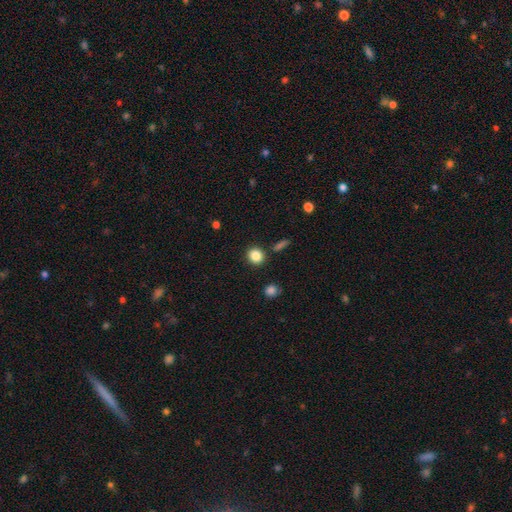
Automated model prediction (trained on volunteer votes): Smooth or featured?
  - smooth: 85% *
  - star or artifact: 10%
  - featured or disk: 5%
How rounded?
  - round: 83% *
  - in between: 16%
  - cigar-shaped: 1%
Merging?
  - none: 86% *
  - minor disturbance: 7%
  - merger: 4%
  - major disturbance: 2%